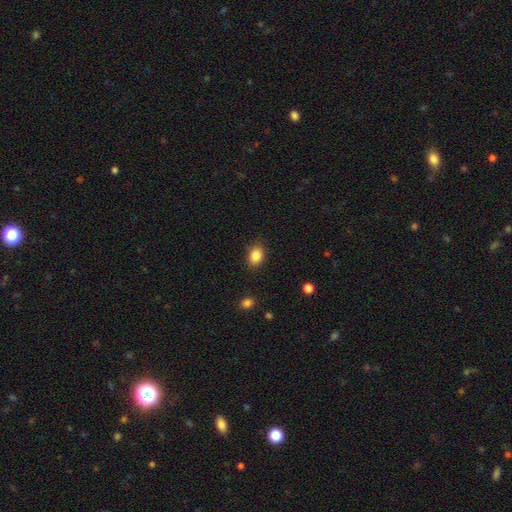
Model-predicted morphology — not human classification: Smooth or featured? smooth (86%)
How rounded? in between (58%)
Merging? none (87%)